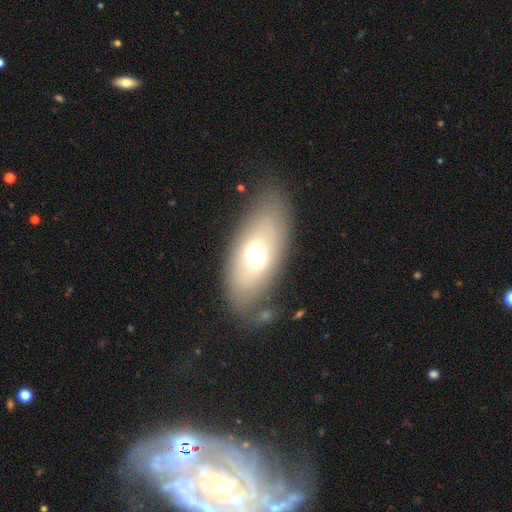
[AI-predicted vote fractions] Overall: smooth (56%; featured or disk 34%). How rounded: in between (86%). Merging: none (77%).